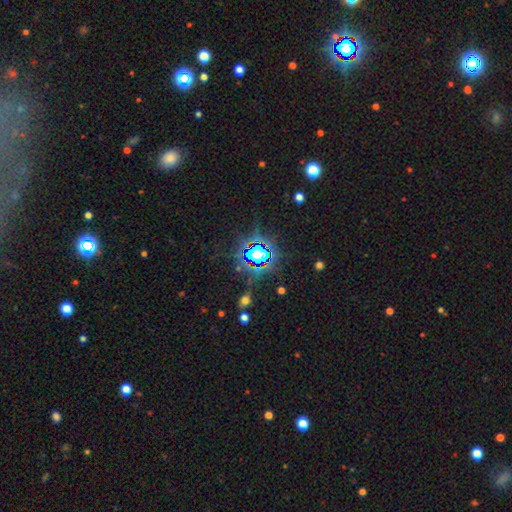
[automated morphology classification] Overall: star or artifact (71%).